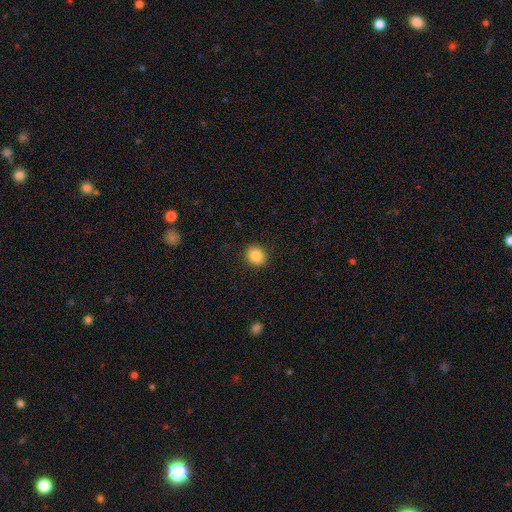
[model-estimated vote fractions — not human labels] Morphology: type=smooth (87%); roundness=round (72%); merging=none (90%).